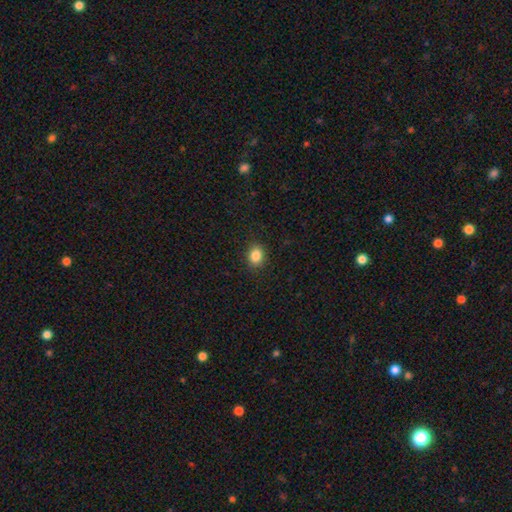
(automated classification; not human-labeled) The model was most divided on "how rounded": in between: 51%, round: 48%, cigar-shaped: 1%. More confident: merging — none (89%); smooth or featured — smooth (85%).